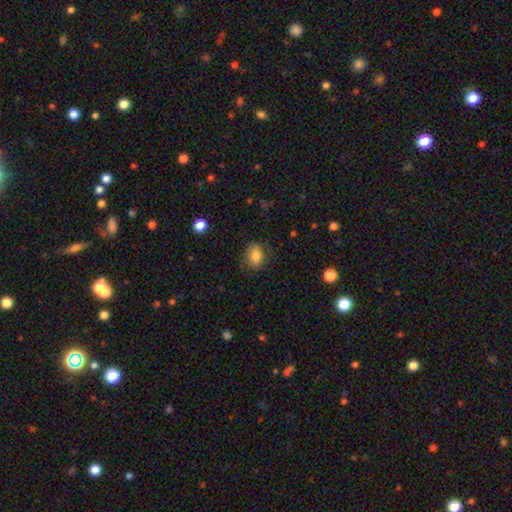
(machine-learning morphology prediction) A smooth galaxy with no disk features (81%) that is in between round and cigar-shaped (60%). Merging: none (77%).